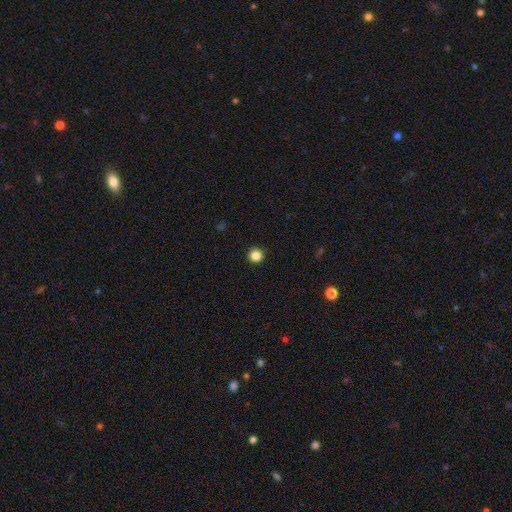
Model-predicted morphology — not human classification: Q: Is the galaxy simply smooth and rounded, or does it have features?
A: smooth — 85%.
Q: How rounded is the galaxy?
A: round — 94%.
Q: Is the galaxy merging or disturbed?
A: none — 92%.